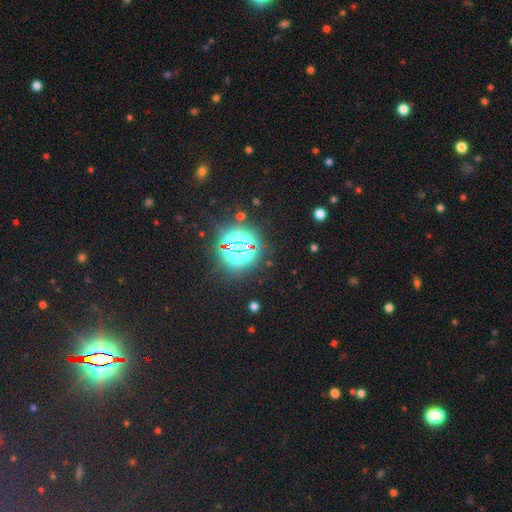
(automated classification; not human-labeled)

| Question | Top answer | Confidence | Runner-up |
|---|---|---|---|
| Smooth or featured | star or artifact | 84% | smooth (9%) |